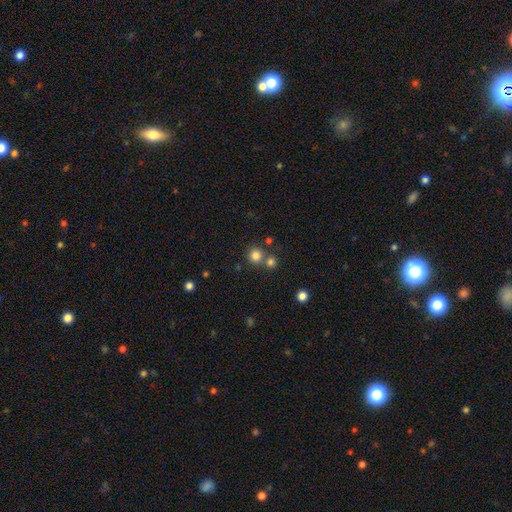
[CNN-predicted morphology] smooth 80%, star or artifact 14%, featured or disk 6%. Down the decision tree: how rounded — round (92%); merging — none (67%).